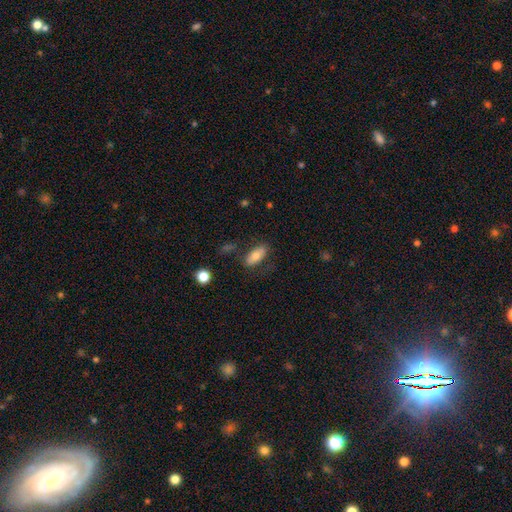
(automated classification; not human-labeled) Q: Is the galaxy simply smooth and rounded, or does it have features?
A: smooth — 74%.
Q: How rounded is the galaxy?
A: in between — 83%.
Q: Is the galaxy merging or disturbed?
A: none — 75%.